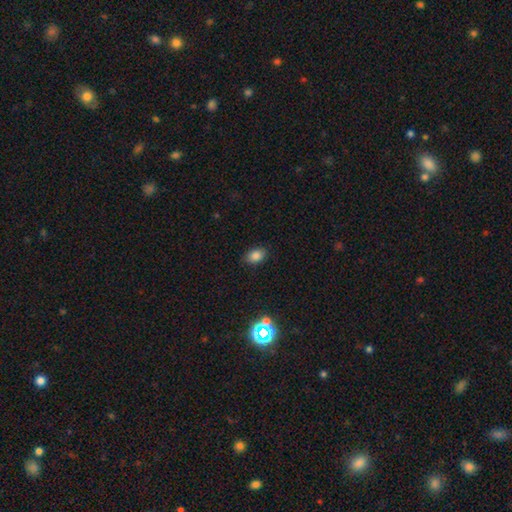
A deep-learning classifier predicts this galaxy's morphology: Overall: smooth (82%). How rounded: in between (82%). Merging: none (85%).